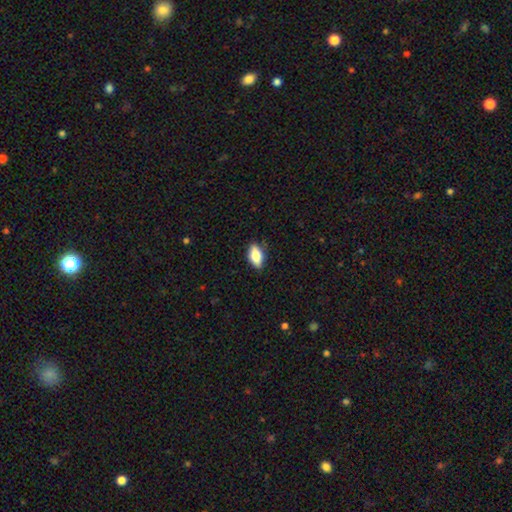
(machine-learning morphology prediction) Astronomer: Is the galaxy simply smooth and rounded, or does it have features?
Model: smooth — 75%.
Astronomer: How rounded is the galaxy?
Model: in between — 86%.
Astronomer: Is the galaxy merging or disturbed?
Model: none — 84%.